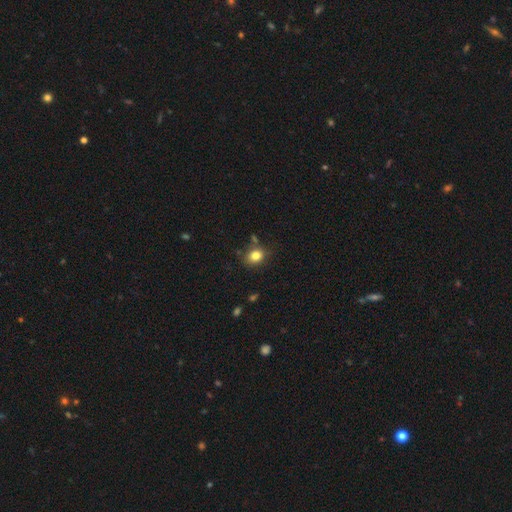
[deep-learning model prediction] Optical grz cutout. It shows a smooth galaxy with no disk features (82%) that is round (50%). Merging: none (76%).